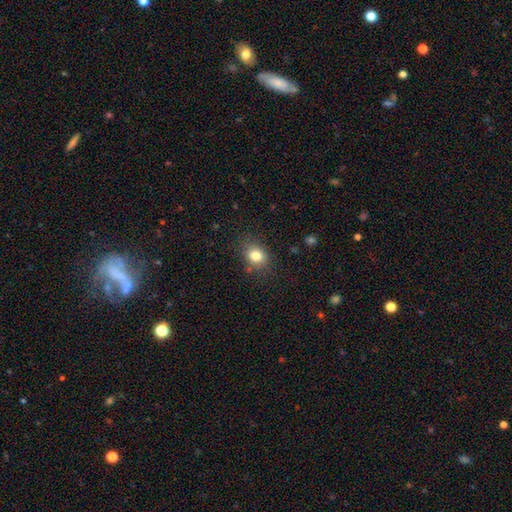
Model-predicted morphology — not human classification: smooth_or_featured: smooth (p=0.81) [alt: star or artifact p=0.11]
how_rounded: in between (p=0.51) [alt: round p=0.48]
merging: none (p=0.79) [alt: minor disturbance p=0.14]